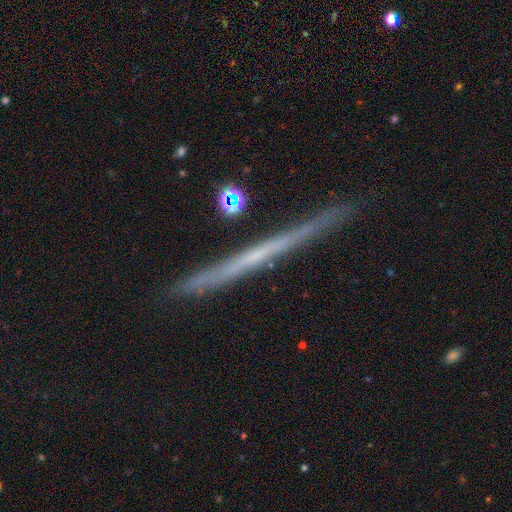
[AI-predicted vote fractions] smooth_or_featured: featured or disk (p=0.64) [alt: smooth p=0.29]
disk_edge_on: yes (p=0.97) [alt: no p=0.03]
edge_on_bulge: none (p=0.89) [alt: rounded p=0.08]
merging: none (p=0.87) [alt: minor disturbance p=0.09]